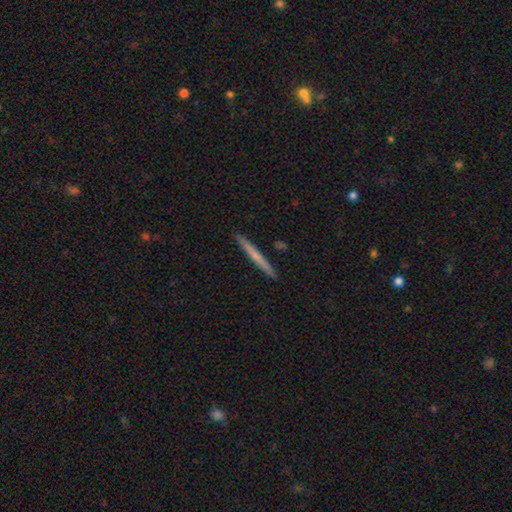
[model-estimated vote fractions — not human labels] smooth-or-featured: smooth: 56% | featured or disk: 39% | star or artifact: 5%
  how-rounded: cigar-shaped: 97% | in between: 2% | round: 1%
  merging: none: 92% | minor disturbance: 5% | merger: 1% | major disturbance: 1%